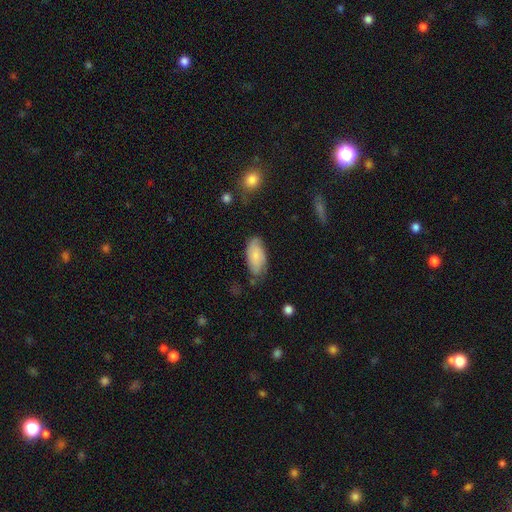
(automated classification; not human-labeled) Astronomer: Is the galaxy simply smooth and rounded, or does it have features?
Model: smooth — 72%.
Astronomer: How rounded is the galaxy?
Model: in between — 91%.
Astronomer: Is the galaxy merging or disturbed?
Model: none — 64%.